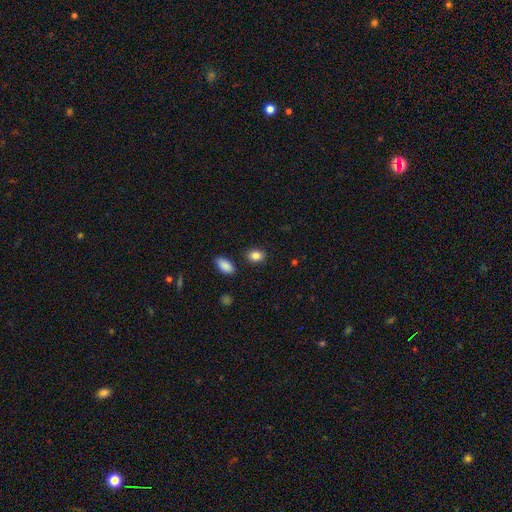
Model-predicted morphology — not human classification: The model was most divided on "how rounded": in between: 65%, round: 34%, cigar-shaped: 1%. More confident: merging — none (85%); smooth or featured — smooth (85%).